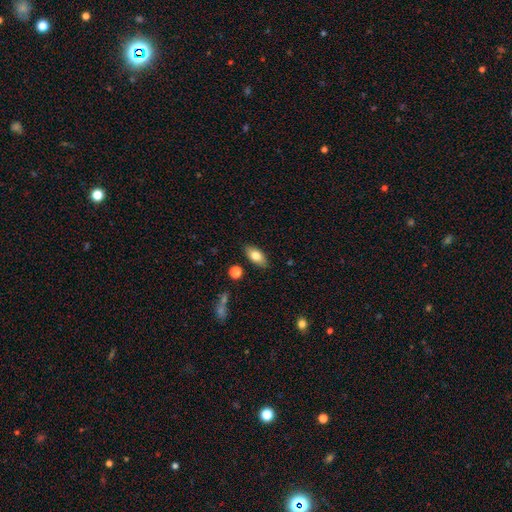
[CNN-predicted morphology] This is likely a smooth galaxy (78%). How rounded: clearly in between (88%). Merging: clearly none (84%).